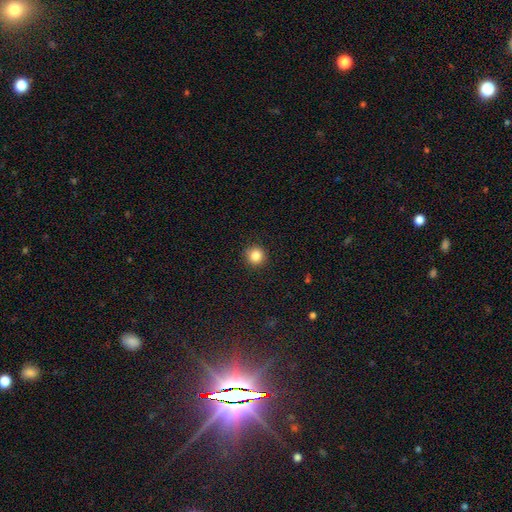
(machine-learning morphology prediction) A smooth galaxy with no disk features (84%) that is round (94%). Merging: none (92%).